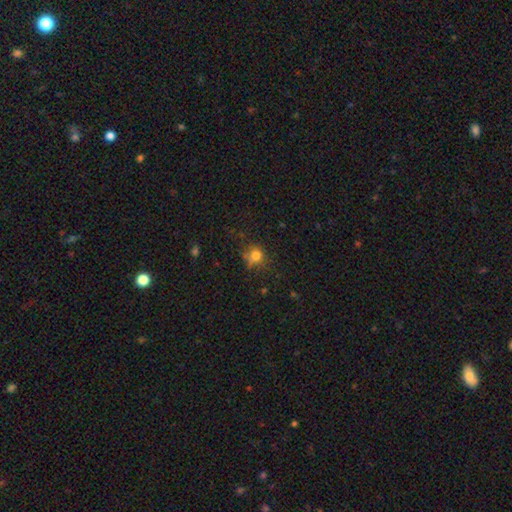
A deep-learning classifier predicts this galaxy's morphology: The model was most divided on "merging": none: 65%, minor disturbance: 20%, major disturbance: 9%, merger: 6%. More confident: how rounded — round (83%); smooth or featured — smooth (75%).